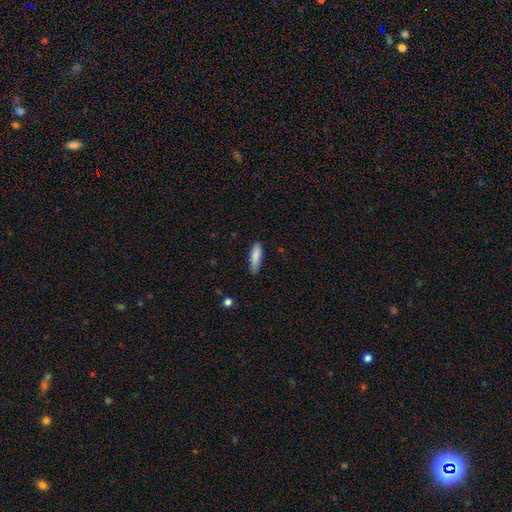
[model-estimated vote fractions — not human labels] A smooth galaxy with no disk features (85%) that is cigar-shaped (57%).

Vote fractions:
- Smooth or featured? smooth: 85% / featured or disk: 8% / star or artifact: 6%
- How rounded? cigar-shaped: 57% / in between: 42% / round: 2%
- Merging? none: 74% / minor disturbance: 21% / major disturbance: 3% / merger: 1%